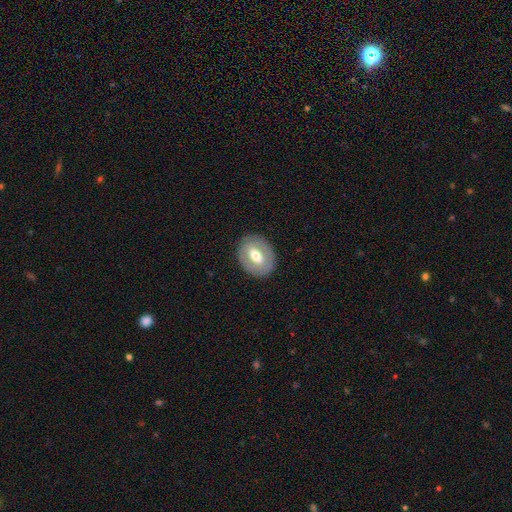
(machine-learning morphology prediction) This appears to be a smooth galaxy with no disk features (48%). Merging: none (85%).